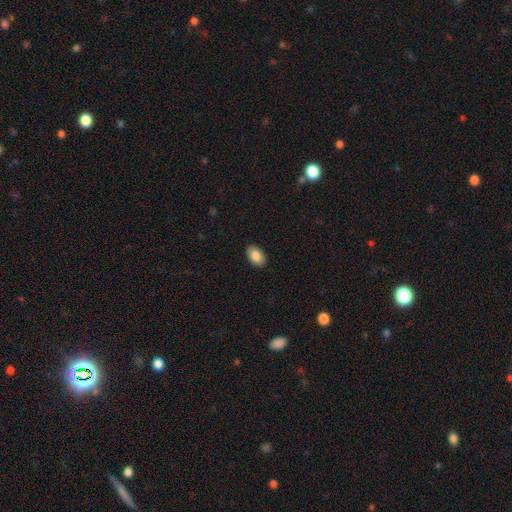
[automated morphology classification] Smooth or featured?
  - smooth: 85% *
  - featured or disk: 9%
  - star or artifact: 7%
How rounded?
  - in between: 92% *
  - round: 6%
  - cigar-shaped: 1%
Merging?
  - none: 90% *
  - minor disturbance: 8%
  - major disturbance: 2%
  - merger: 1%